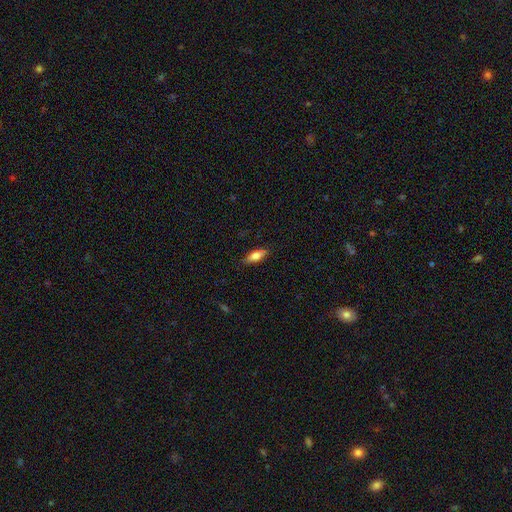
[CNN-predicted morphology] Smooth or featured? Predicted: smooth (p=0.72). How rounded? Predicted: in between (p=0.66). Merging? Predicted: none (p=0.86).